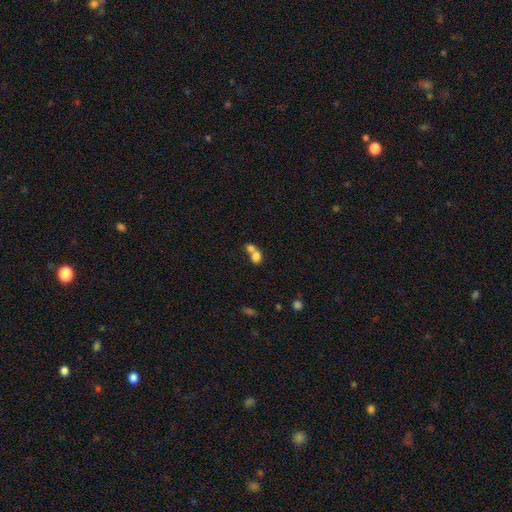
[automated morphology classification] A smooth galaxy with no disk features (75%) that is round (52%).

Vote fractions:
- Smooth or featured? smooth: 75% / featured or disk: 15% / star or artifact: 10%
- How rounded? round: 52% / in between: 46% / cigar-shaped: 2%
- Merging? merger: 68% / none: 23% / minor disturbance: 5% / major disturbance: 4%